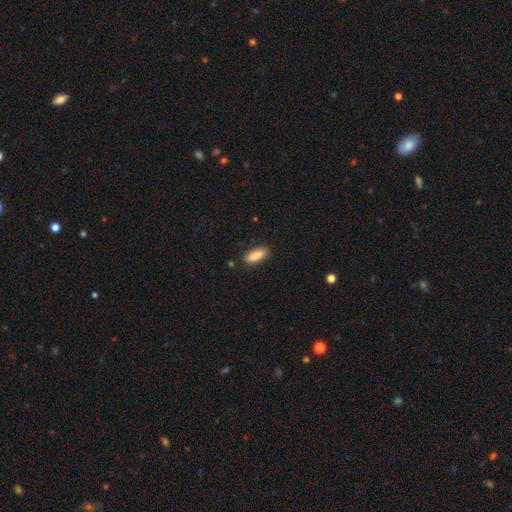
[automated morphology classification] Smooth or featured? smooth (88%)
How rounded? in between (73%)
Merging? none (86%)